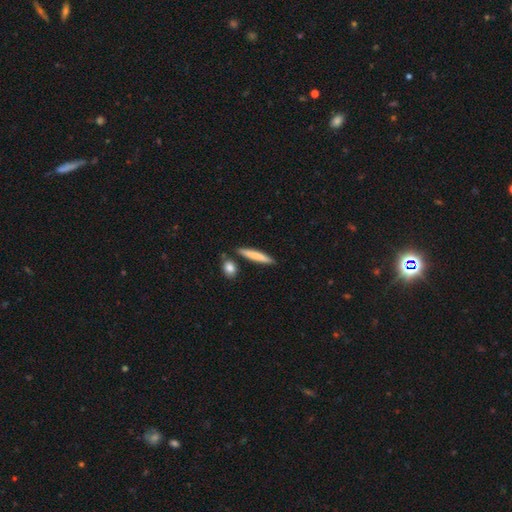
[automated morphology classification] Overall: smooth (77%). How rounded: cigar-shaped (91%). Merging: none (84%).